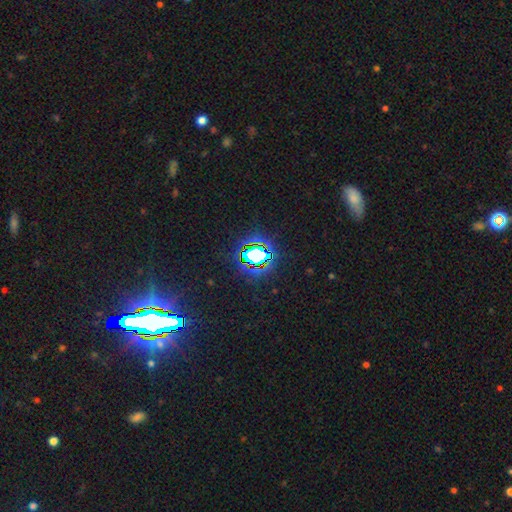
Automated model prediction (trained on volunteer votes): Morphology: type=star or artifact (72%).